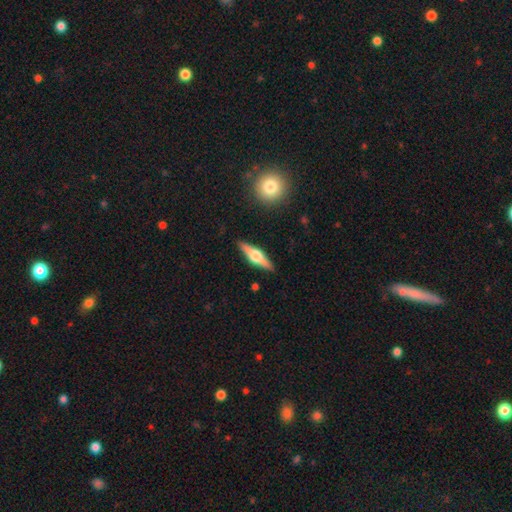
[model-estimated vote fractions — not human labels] The model was most divided on "smooth or featured": featured or disk: 67%, smooth: 28%, star or artifact: 5%. More confident: edge-on disk — yes (97%); edge-on bulge — rounded (93%); merging — none (90%).